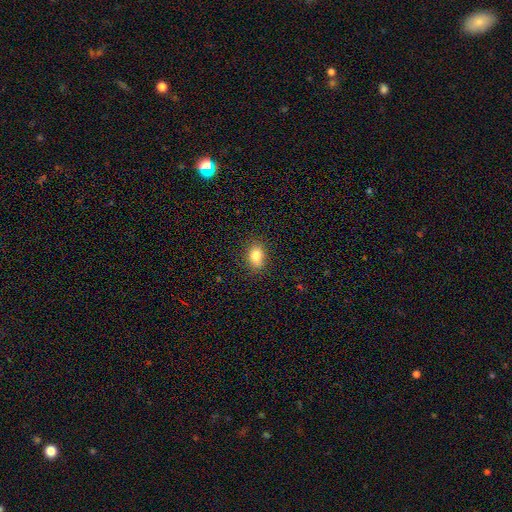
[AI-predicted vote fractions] This appears to be a smooth galaxy with no disk features (80%) that is in between round and cigar-shaped (64%). Merging: none (80%).